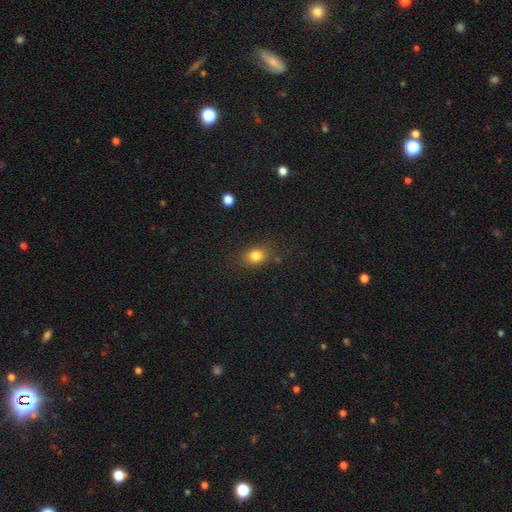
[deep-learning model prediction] The model was most divided on "how rounded": in between: 54%, round: 45%, cigar-shaped: 2%. More confident: smooth or featured — smooth (81%); merging — none (79%).